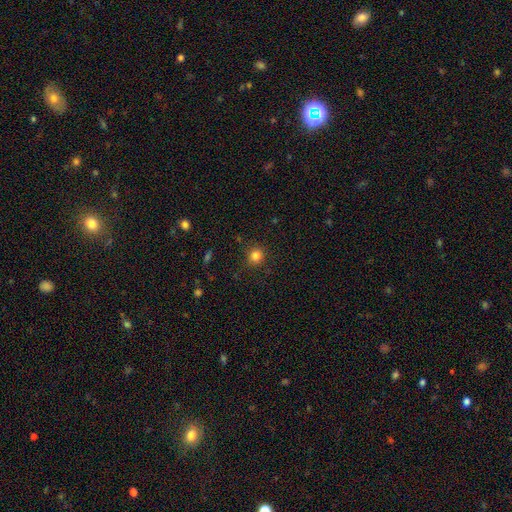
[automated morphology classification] smooth-or-featured: smooth: 82% | star or artifact: 13% | featured or disk: 5%
  how-rounded: round: 90% | in between: 9% | cigar-shaped: 1%
  merging: none: 88% | minor disturbance: 8% | major disturbance: 3% | merger: 1%